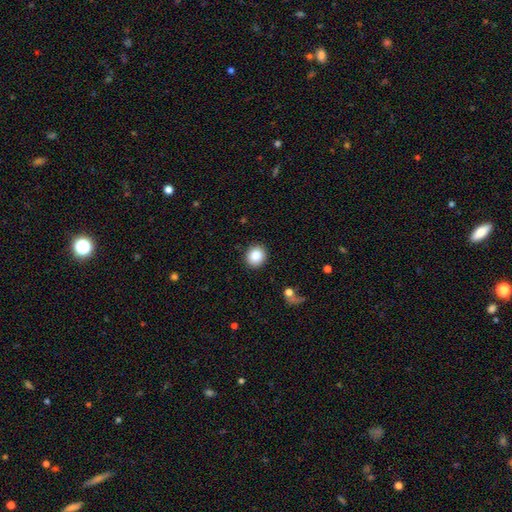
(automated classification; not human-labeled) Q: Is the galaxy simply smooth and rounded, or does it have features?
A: smooth — 86%.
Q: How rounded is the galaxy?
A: round — 82%.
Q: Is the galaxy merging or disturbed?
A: none — 90%.